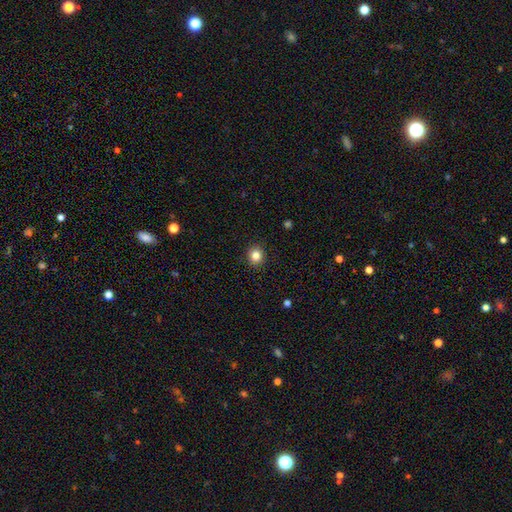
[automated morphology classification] This appears to be a smooth galaxy with no disk features (83%) that is round (88%). Merging: none (92%).